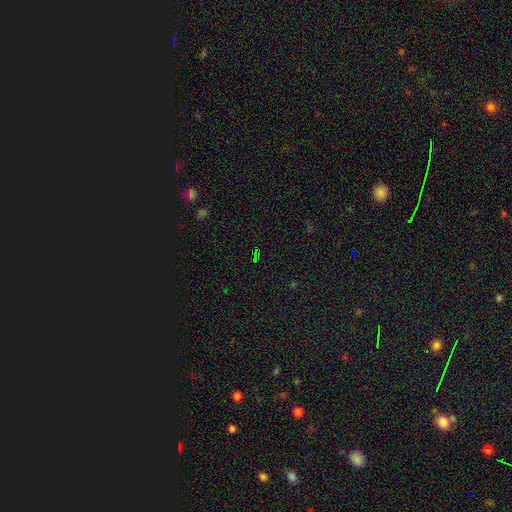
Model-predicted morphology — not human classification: star or artifact 75%, smooth 15%, featured or disk 10%.